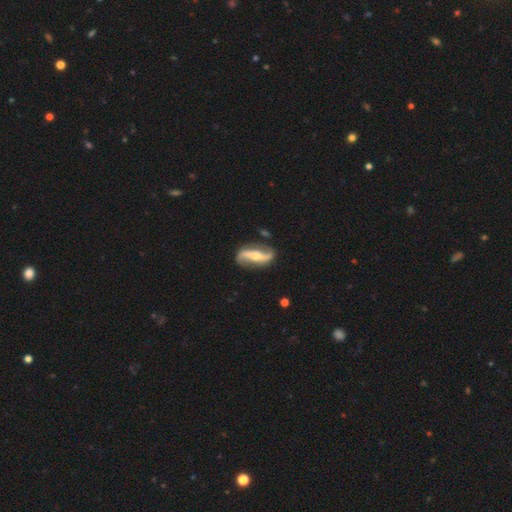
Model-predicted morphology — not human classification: Q: Smooth or featured?
A: featured or disk (87%); runner-up: smooth (9%)
Q: Edge-on disk?
A: no (90%); runner-up: yes (10%)
Q: Bar?
A: strong (53%); runner-up: no (27%)
Q: Spiral arms?
A: yes (94%); runner-up: no (6%)
Q: Spiral winding?
A: loose (74%); runner-up: medium (18%)
Q: Spiral arm count?
A: 2 (93%); runner-up: can't tell (2%)
Q: Bulge size?
A: moderate (55%); runner-up: small (38%)
Q: Merging?
A: none (81%); runner-up: minor disturbance (12%)